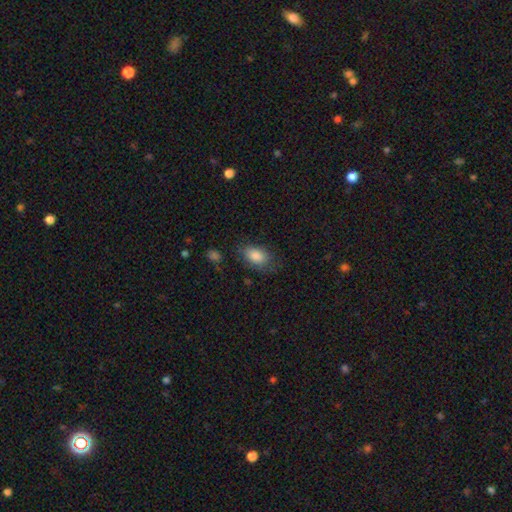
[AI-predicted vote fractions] Smooth or featured? Predicted: smooth (p=0.85). How rounded? Predicted: in between (p=0.88). Merging? Predicted: none (p=0.71).